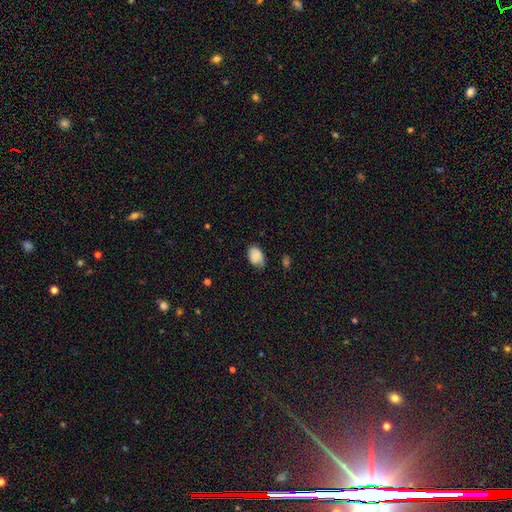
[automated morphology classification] This appears to be a smooth galaxy with no disk features (80%) that is in between round and cigar-shaped (84%). Merging: none (58%).